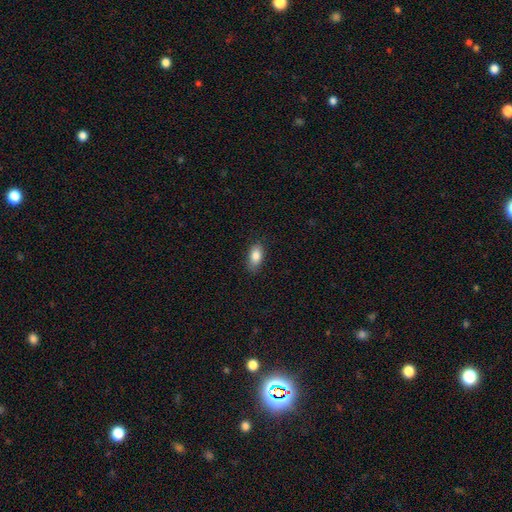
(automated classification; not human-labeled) This is clearly a smooth galaxy (86%). How rounded: clearly in between (90%). Merging: clearly none (84%).